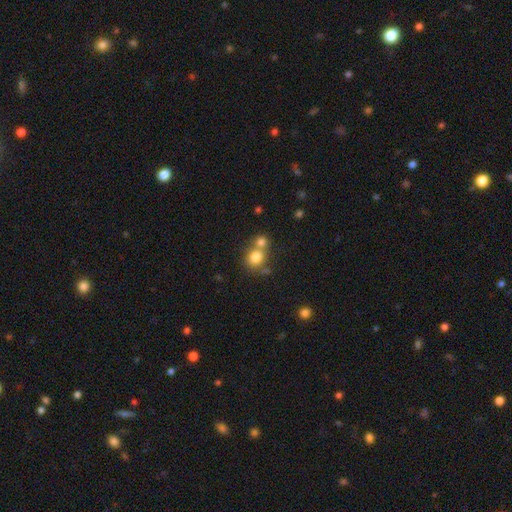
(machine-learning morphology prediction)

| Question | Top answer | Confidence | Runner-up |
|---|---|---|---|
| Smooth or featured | smooth | 79% | star or artifact (11%) |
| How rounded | round | 78% | in between (21%) |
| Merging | none | 45% | merger (44%) |